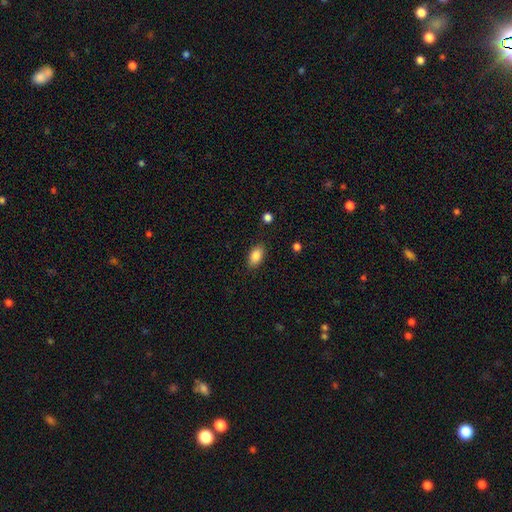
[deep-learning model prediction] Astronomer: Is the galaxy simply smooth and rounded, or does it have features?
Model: smooth — 86%.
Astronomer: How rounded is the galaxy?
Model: in between — 90%.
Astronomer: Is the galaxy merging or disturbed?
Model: none — 85%.